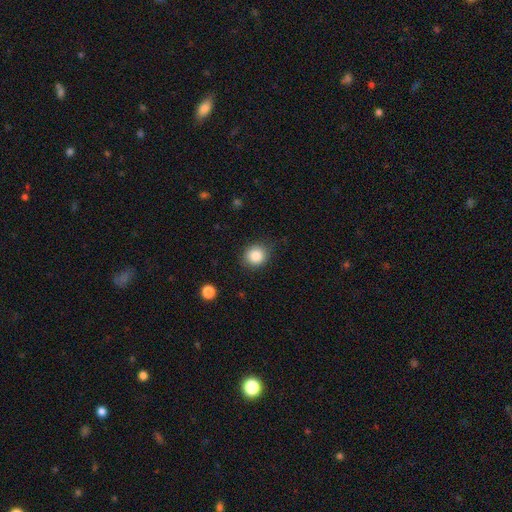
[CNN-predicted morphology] The model was most divided on "how rounded": round: 83%, in between: 16%, cigar-shaped: 1%. More confident: smooth or featured — smooth (85%); merging — none (85%).